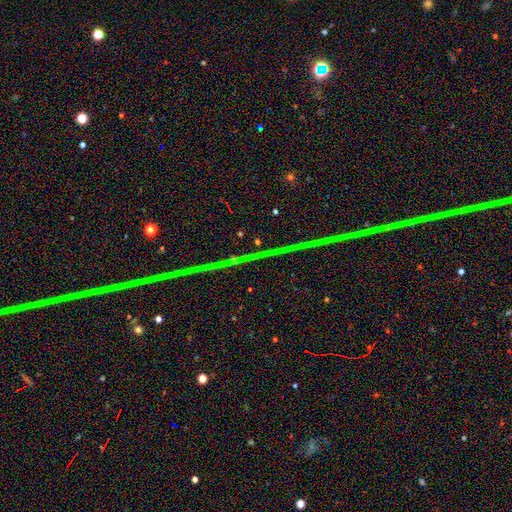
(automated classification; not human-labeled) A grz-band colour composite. It shows a star or artifact, not a galaxy (89%).